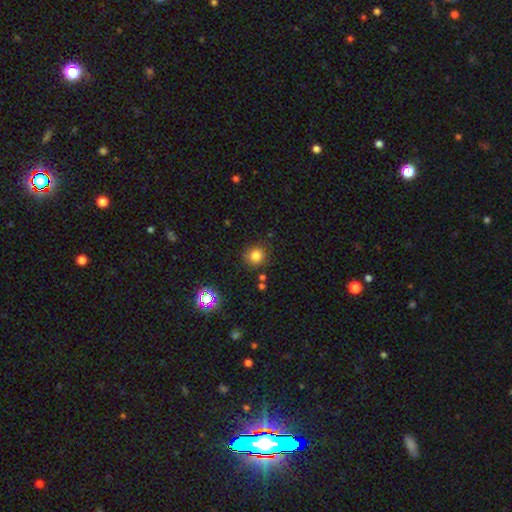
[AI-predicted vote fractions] The model was most divided on "smooth or featured": smooth: 79%, star or artifact: 15%, featured or disk: 6%. More confident: how rounded — round (87%); merging — none (81%).